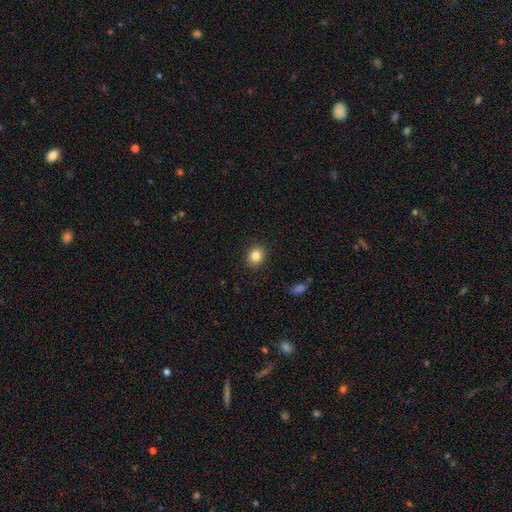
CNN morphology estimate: Overall: smooth (84%). How rounded: round (68%; in between 31%). Merging: none (90%).